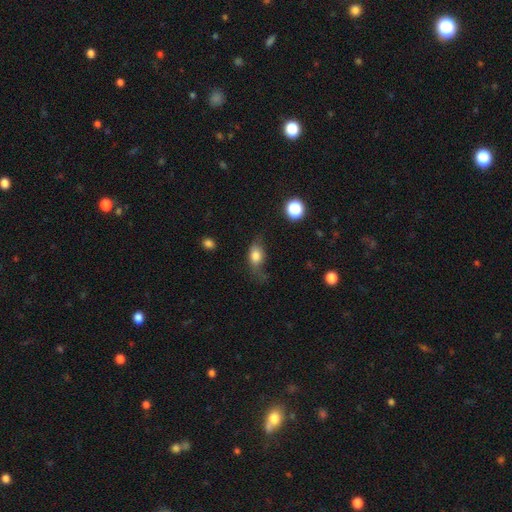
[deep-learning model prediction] Overall: smooth (75%). How rounded: in between (78%). Merging: none (45%; minor disturbance 33%).